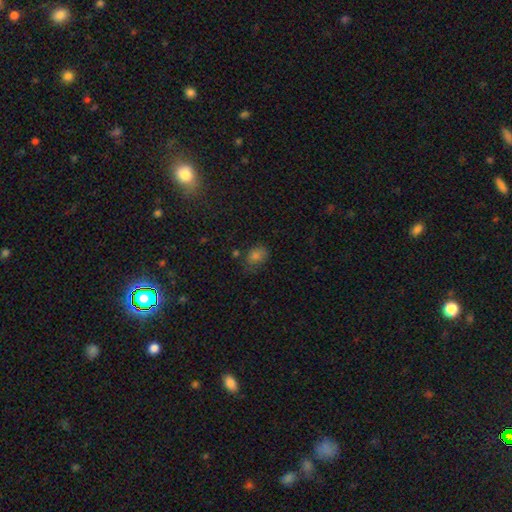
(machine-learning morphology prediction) A smooth galaxy with no disk features (70%) that is in between round and cigar-shaped (63%).

Vote fractions:
- Smooth or featured? smooth: 70% / star or artifact: 22% / featured or disk: 8%
- How rounded? in between: 63% / round: 36% / cigar-shaped: 1%
- Merging? none: 64% / minor disturbance: 24% / major disturbance: 8% / merger: 4%